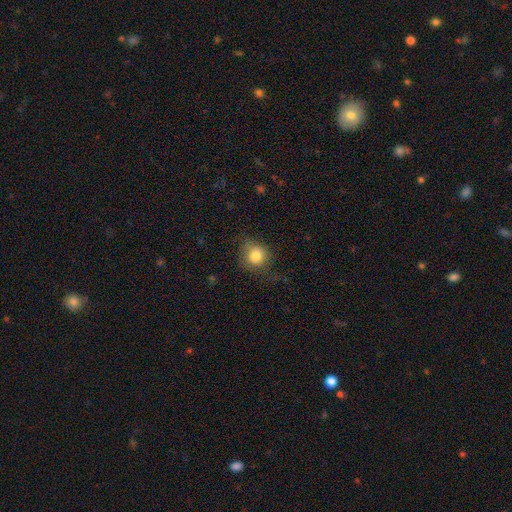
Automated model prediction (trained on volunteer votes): smooth-or-featured: smooth: 81% | star or artifact: 10% | featured or disk: 9%
  how-rounded: round: 84% | in between: 15% | cigar-shaped: 1%
  merging: none: 64% | minor disturbance: 23% | major disturbance: 11% | merger: 1%